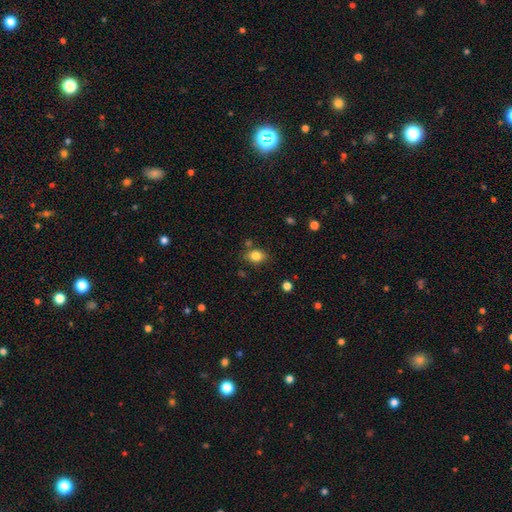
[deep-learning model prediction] This is clearly a smooth galaxy (82%). How rounded: likely in between (61%). Merging: likely none (76%).